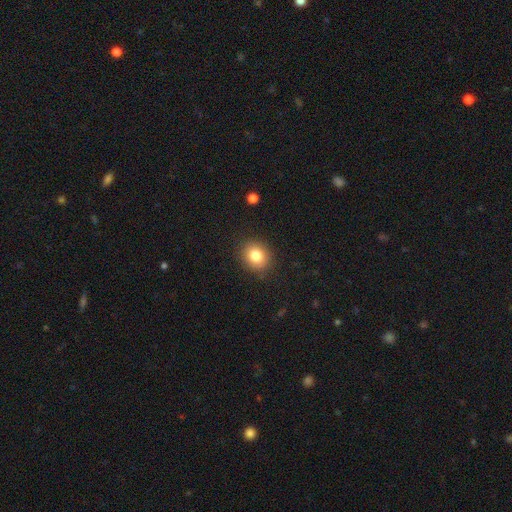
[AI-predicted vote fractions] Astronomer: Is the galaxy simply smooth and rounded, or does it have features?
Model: smooth — 82%.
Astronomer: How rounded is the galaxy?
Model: round — 70%.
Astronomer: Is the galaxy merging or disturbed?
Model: none — 88%.